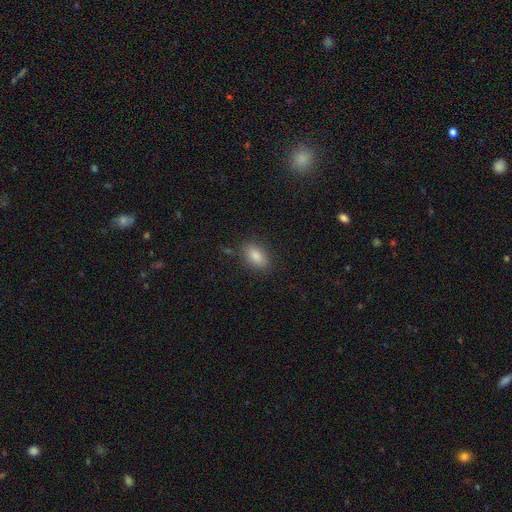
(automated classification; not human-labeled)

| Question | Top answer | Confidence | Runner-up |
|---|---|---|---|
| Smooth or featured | smooth | 84% | star or artifact (10%) |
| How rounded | in between | 89% | round (7%) |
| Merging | none | 86% | minor disturbance (10%) |